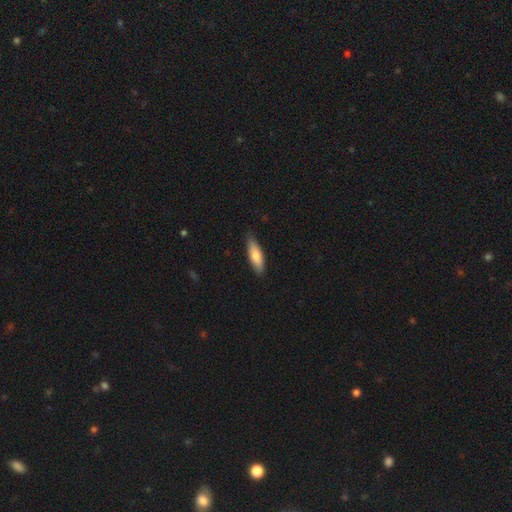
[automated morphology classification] Q: Smooth or featured?
A: smooth (77%); runner-up: featured or disk (17%)
Q: How rounded?
A: cigar-shaped (50%); runner-up: in between (48%)
Q: Merging?
A: none (83%); runner-up: minor disturbance (14%)